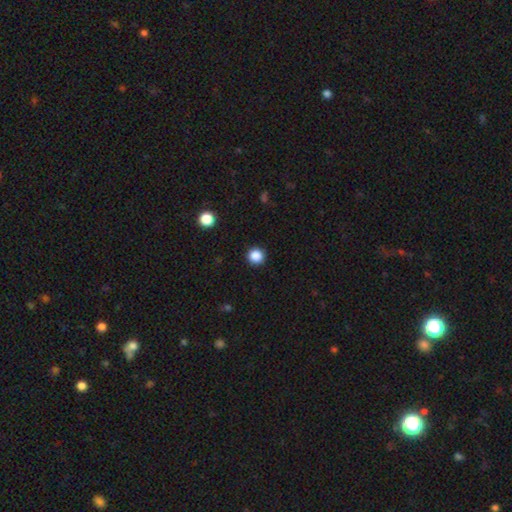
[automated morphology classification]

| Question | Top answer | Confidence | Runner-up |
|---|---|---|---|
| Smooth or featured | smooth | 86% | star or artifact (12%) |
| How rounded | round | 95% | in between (4%) |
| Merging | none | 92% | minor disturbance (5%) |